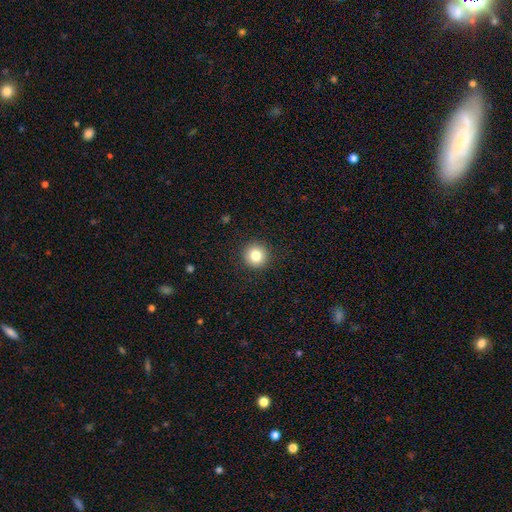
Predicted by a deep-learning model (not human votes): Smooth or featured? Predicted: smooth (p=0.82). How rounded? Predicted: round (p=0.95). Merging? Predicted: none (p=0.92).